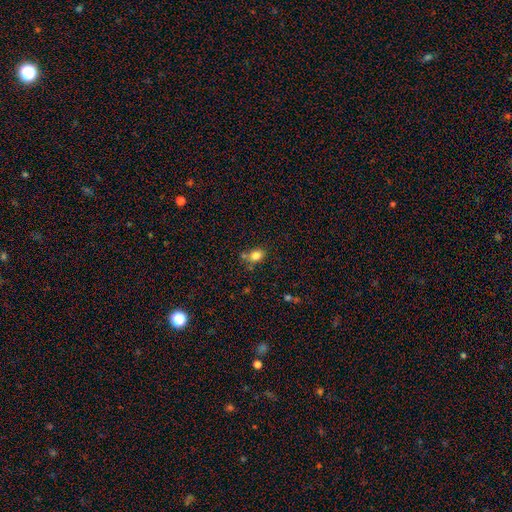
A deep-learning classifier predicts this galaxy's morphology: This is clearly a smooth galaxy (81%). How rounded: likely in between (63%). Merging: likely none (64%).